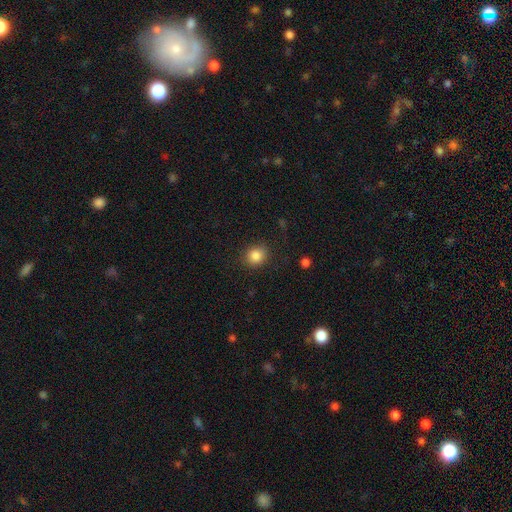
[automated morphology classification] This appears to be a smooth galaxy with no disk features (85%) that is round (78%). Merging: none (86%).